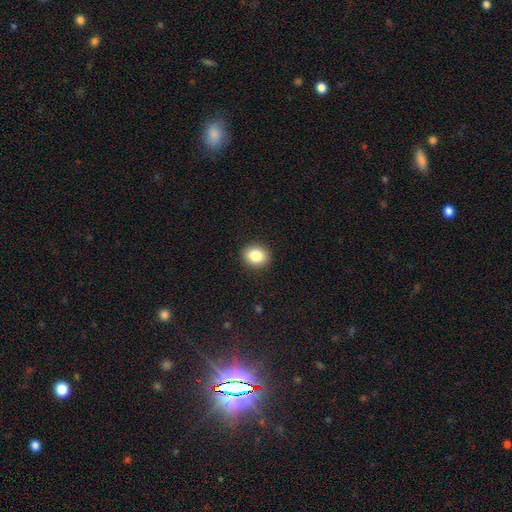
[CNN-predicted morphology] Smooth or featured? smooth (85%)
How rounded? round (60%)
Merging? none (91%)